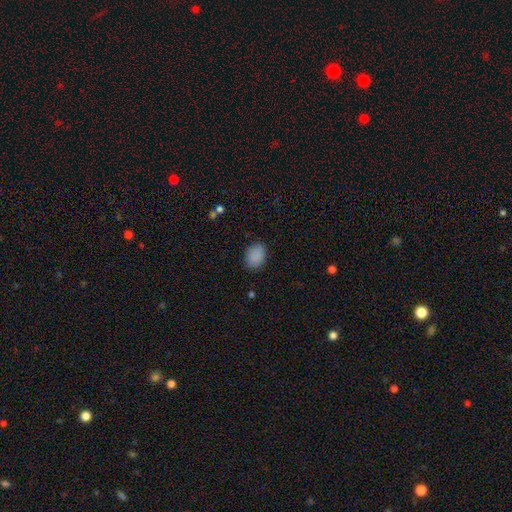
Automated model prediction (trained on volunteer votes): smooth-or-featured: smooth: 89% | star or artifact: 8% | featured or disk: 3%
  how-rounded: in between: 67% | round: 32% | cigar-shaped: 1%
  merging: none: 86% | minor disturbance: 10% | major disturbance: 3% | merger: 1%